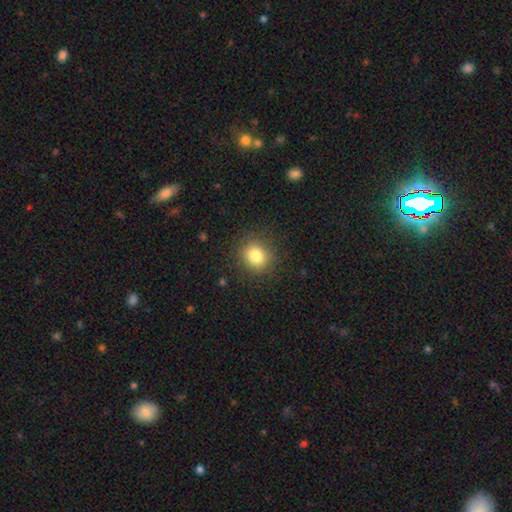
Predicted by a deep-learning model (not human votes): Smooth or featured: smooth — 83% (star or artifact — 11%)
How rounded: round — 82% (in between — 17%)
Merging: none — 87% (minor disturbance — 9%)